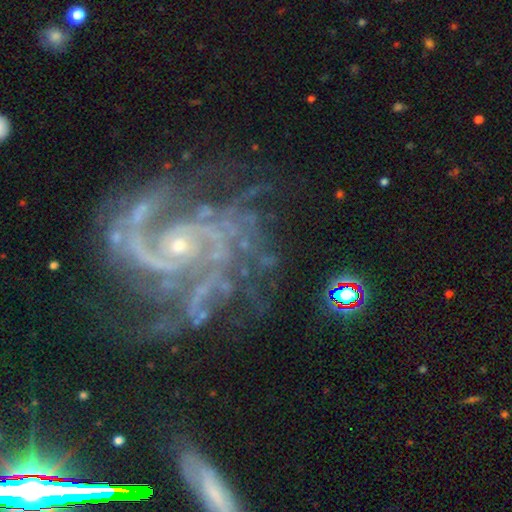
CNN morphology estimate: Smooth or featured? Predicted: featured or disk (p=0.91). Edge-on disk? Predicted: no (p=0.98). Bar? Predicted: no (p=0.65). Spiral arms? Predicted: yes (p=0.98). Spiral winding? Predicted: medium (p=0.48). Spiral arm count? Predicted: 2 (p=0.40). Bulge size? Predicted: small (p=0.82). Merging? Predicted: none (p=0.56).